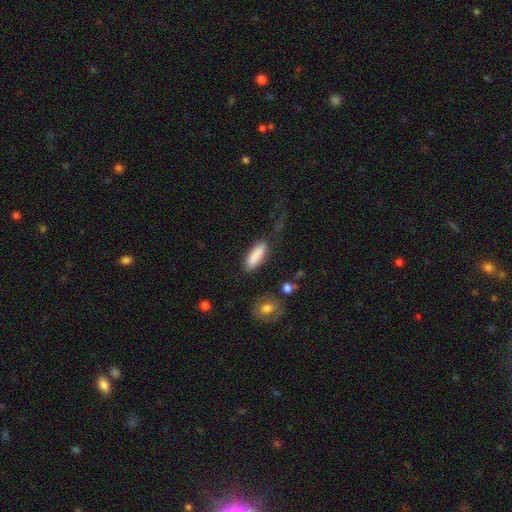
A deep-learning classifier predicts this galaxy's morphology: This is clearly a smooth galaxy (87%). How rounded: possibly in between (52%). Merging: clearly none (81%).